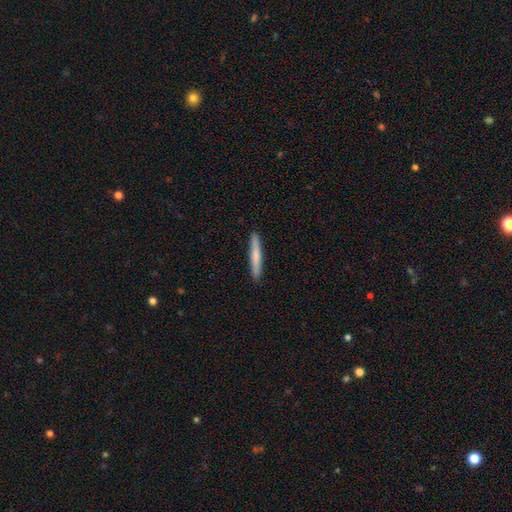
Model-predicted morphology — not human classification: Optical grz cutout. It shows a smooth galaxy with no disk features (70%) that is cigar-shaped (95%). Merging: none (91%).